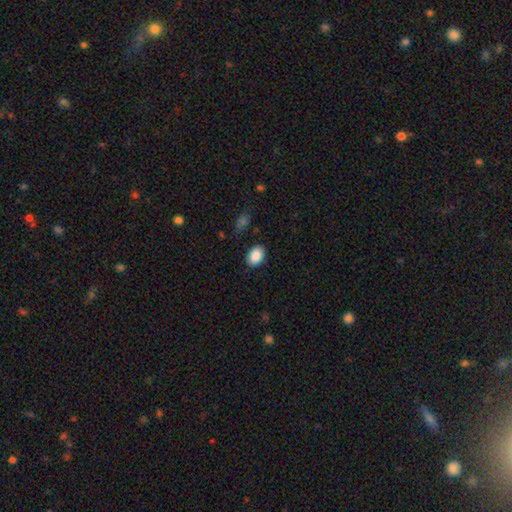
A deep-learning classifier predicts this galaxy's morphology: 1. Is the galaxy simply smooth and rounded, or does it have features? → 89% smooth, 7% star or artifact, 4% featured or disk.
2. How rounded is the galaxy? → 80% in between, 19% round, 1% cigar-shaped.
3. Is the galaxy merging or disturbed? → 85% none, 11% minor disturbance, 3% major disturbance, 1% merger.